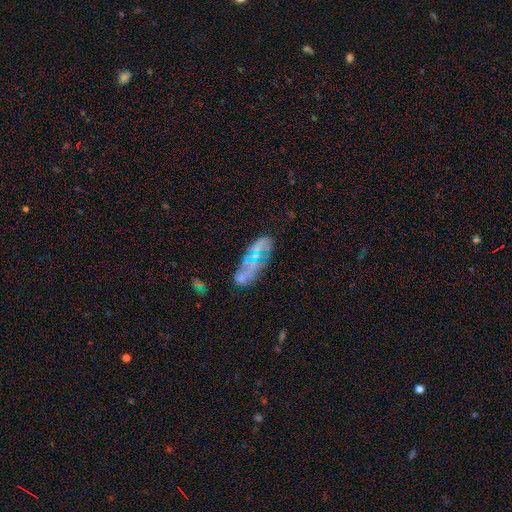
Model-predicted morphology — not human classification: Smooth or featured? featured or disk (44%)
Merging? none (60%)